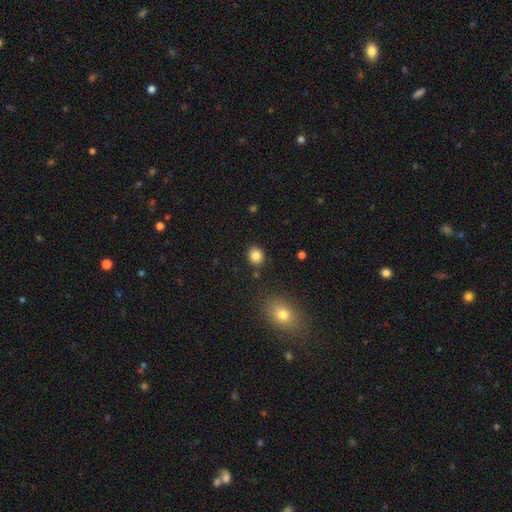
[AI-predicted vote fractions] The model was most divided on "how rounded": round: 73%, in between: 26%, cigar-shaped: 1%. More confident: merging — none (87%); smooth or featured — smooth (84%).